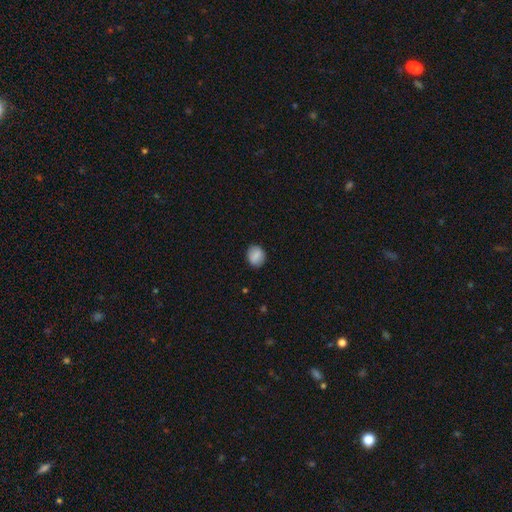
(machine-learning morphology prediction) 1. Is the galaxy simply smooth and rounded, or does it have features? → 83% smooth, 9% featured or disk, 8% star or artifact.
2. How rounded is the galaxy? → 63% round, 36% in between, 1% cigar-shaped.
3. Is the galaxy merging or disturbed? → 87% none, 10% minor disturbance, 2% major disturbance, 1% merger.